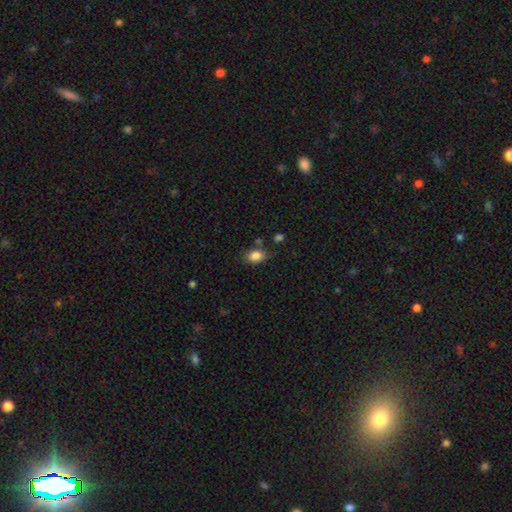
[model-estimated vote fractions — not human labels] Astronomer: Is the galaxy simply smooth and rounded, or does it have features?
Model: smooth — 85%.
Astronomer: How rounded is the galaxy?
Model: in between — 69%.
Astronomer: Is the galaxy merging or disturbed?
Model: none — 74%.